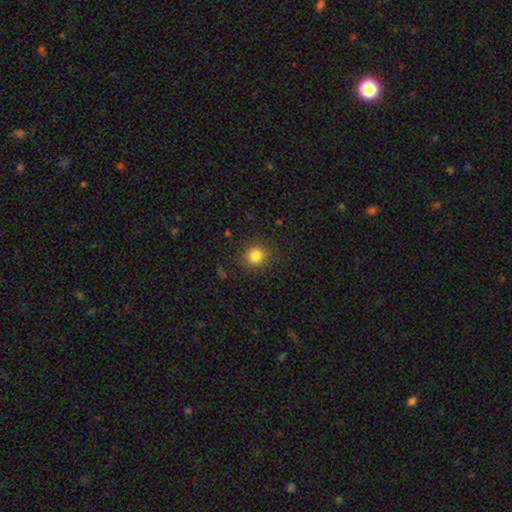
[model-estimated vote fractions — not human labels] Smooth or featured?
  - smooth: 83% *
  - star or artifact: 12%
  - featured or disk: 5%
How rounded?
  - round: 90% *
  - in between: 9%
  - cigar-shaped: 1%
Merging?
  - none: 89% *
  - minor disturbance: 7%
  - major disturbance: 3%
  - merger: 1%